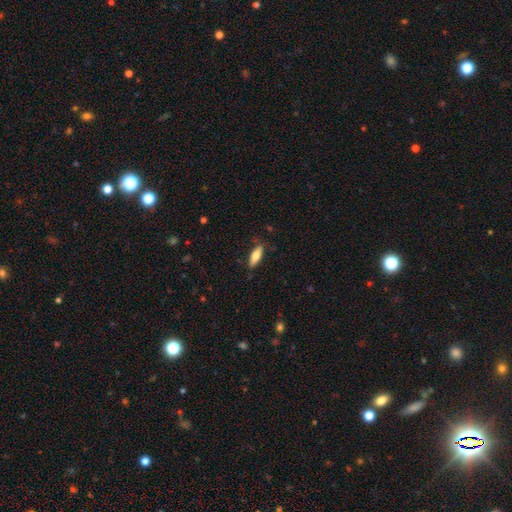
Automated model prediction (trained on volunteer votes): Morphology: type=smooth (71%); roundness=in between (59%); merging=none (83%).